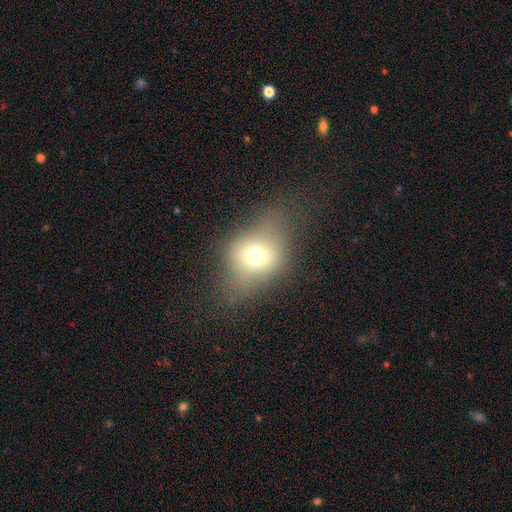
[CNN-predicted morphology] smooth_or_featured: smooth (p=0.63) [alt: featured or disk p=0.24]
how_rounded: in between (p=0.59) [alt: round p=0.39]
merging: none (p=0.50) [alt: minor disturbance p=0.27]